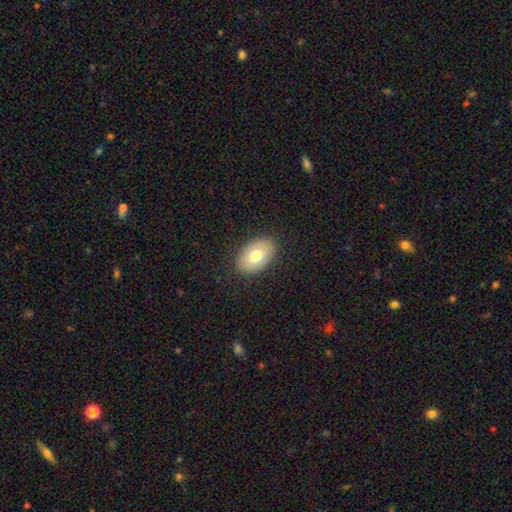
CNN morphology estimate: smooth-or-featured: smooth: 74% | featured or disk: 19% | star or artifact: 7%
  how-rounded: in between: 89% | round: 10% | cigar-shaped: 1%
  merging: none: 87% | minor disturbance: 9% | major disturbance: 2% | merger: 1%